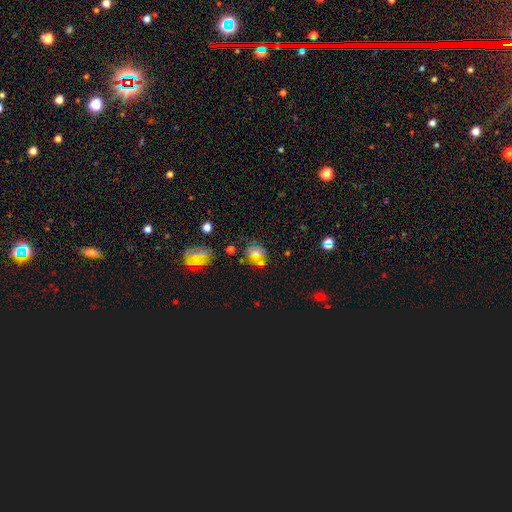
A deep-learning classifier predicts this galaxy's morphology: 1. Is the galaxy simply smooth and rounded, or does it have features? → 51% smooth, 26% featured or disk, 23% star or artifact.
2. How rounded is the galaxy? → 67% round, 31% in between, 2% cigar-shaped.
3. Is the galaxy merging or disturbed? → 64% none, 16% minor disturbance, 13% merger, 7% major disturbance.